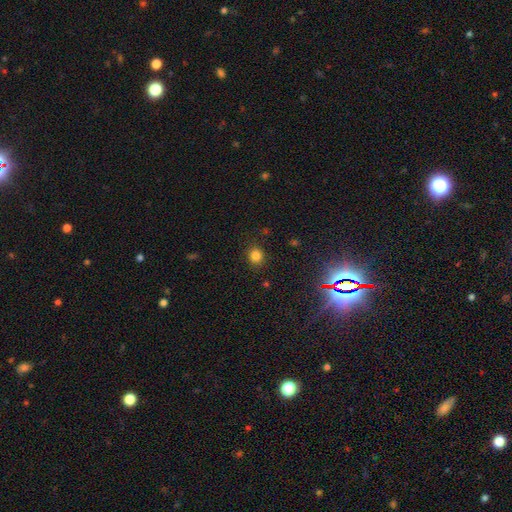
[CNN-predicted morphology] This appears to be a smooth galaxy with no disk features (81%) that is round (81%). Merging: none (88%).